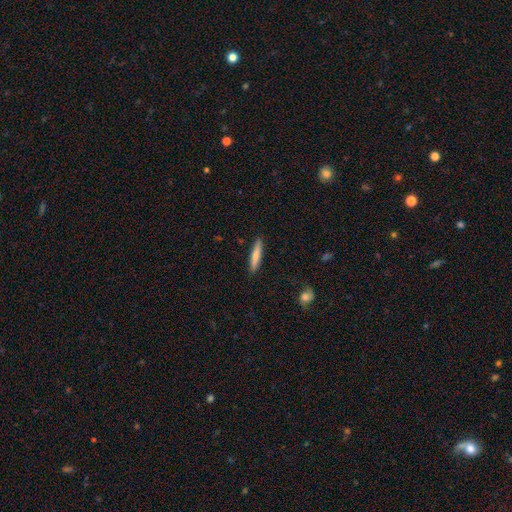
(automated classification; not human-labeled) Q: Smooth or featured?
A: smooth (73%); runner-up: featured or disk (21%)
Q: How rounded?
A: cigar-shaped (91%); runner-up: in between (8%)
Q: Merging?
A: none (90%); runner-up: minor disturbance (7%)